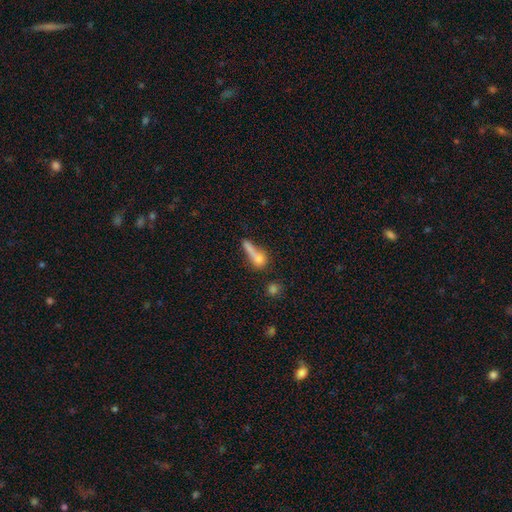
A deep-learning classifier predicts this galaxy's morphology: Q: Smooth or featured?
A: smooth (66%); runner-up: featured or disk (22%)
Q: How rounded?
A: cigar-shaped (58%); runner-up: in between (28%)
Q: Merging?
A: none (34%); runner-up: merger (31%)